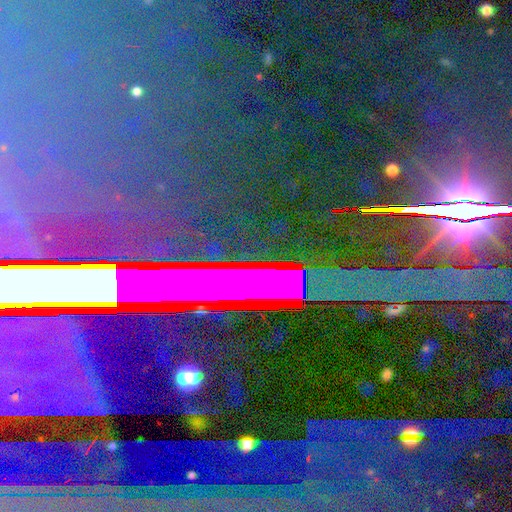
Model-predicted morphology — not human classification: smooth-or-featured: star or artifact: 82% | smooth: 9% | featured or disk: 9%